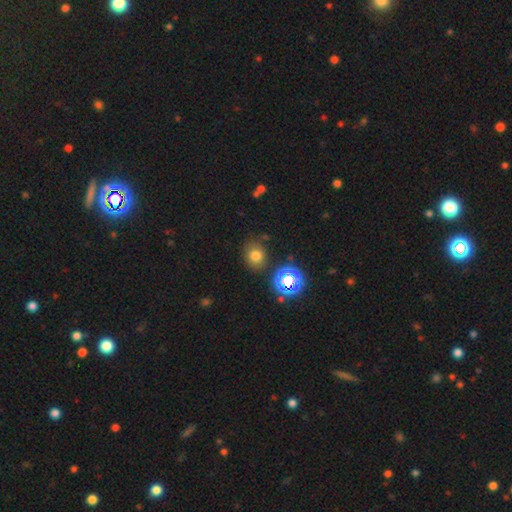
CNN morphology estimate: smooth_or_featured: smooth (p=0.70) [alt: star or artifact p=0.21]
how_rounded: round (p=0.67) [alt: in between p=0.32]
merging: none (p=0.79) [alt: minor disturbance p=0.13]